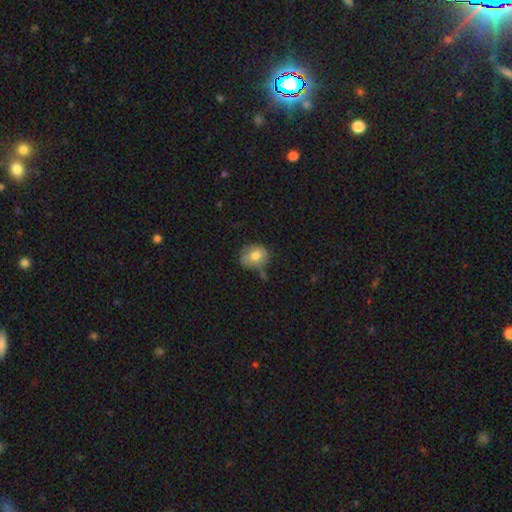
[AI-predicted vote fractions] Morphology: type=smooth (75%); roundness=round (56%); merging=none (55%).